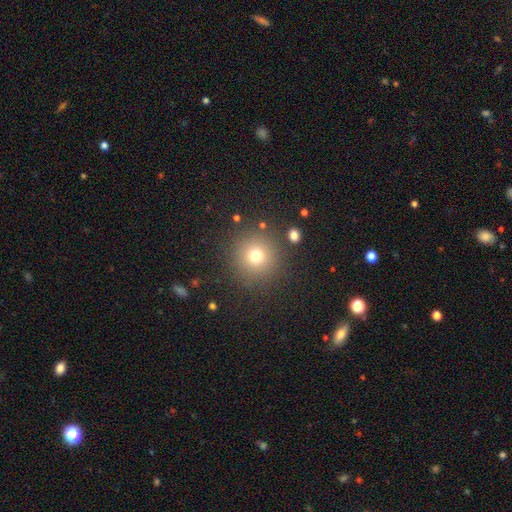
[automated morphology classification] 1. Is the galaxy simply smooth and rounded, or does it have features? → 74% smooth, 17% star or artifact, 9% featured or disk.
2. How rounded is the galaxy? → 95% round, 4% in between, 1% cigar-shaped.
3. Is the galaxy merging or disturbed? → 87% none, 7% minor disturbance, 3% major disturbance, 3% merger.